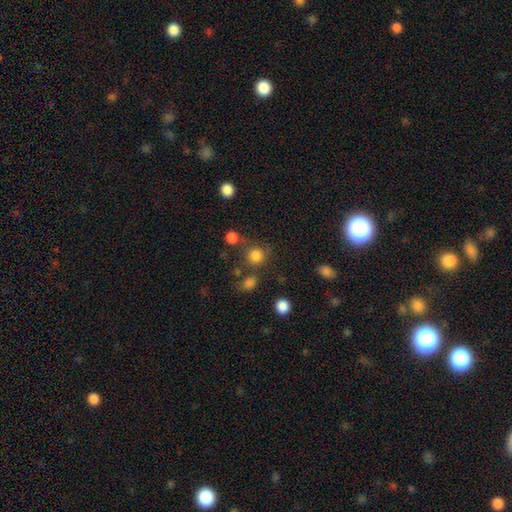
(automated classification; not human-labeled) This appears to be a smooth galaxy with no disk features (80%) that is round (89%). Merging: none (65%).